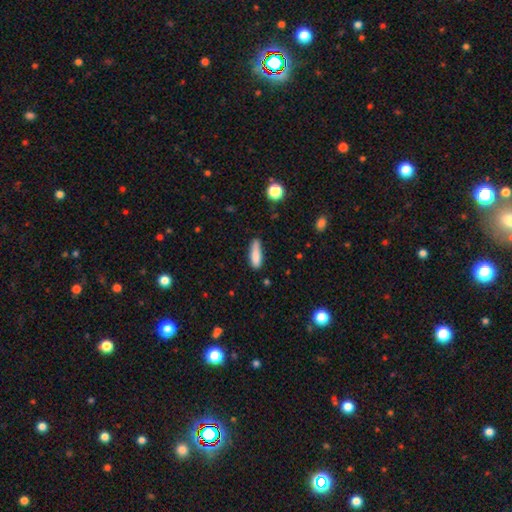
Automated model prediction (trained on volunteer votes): A smooth galaxy with no disk features (84%) that is cigar-shaped (56%).

Vote fractions:
- Smooth or featured? smooth: 84% / featured or disk: 9% / star or artifact: 7%
- How rounded? cigar-shaped: 56% / in between: 43% / round: 2%
- Merging? none: 67% / minor disturbance: 25% / major disturbance: 5% / merger: 3%